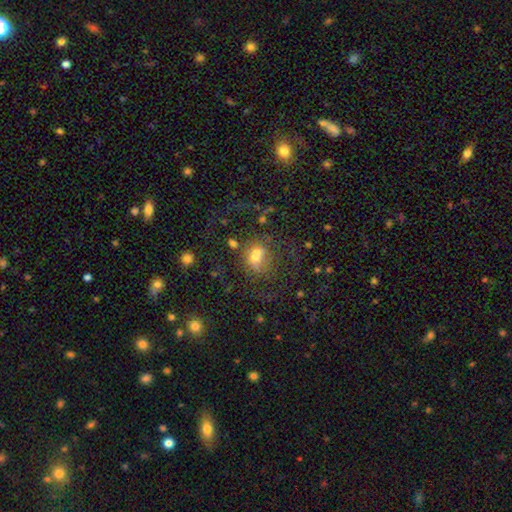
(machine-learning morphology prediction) This appears to be a smooth galaxy with no disk features (50%) that is round (59%). Merging: none (36%).